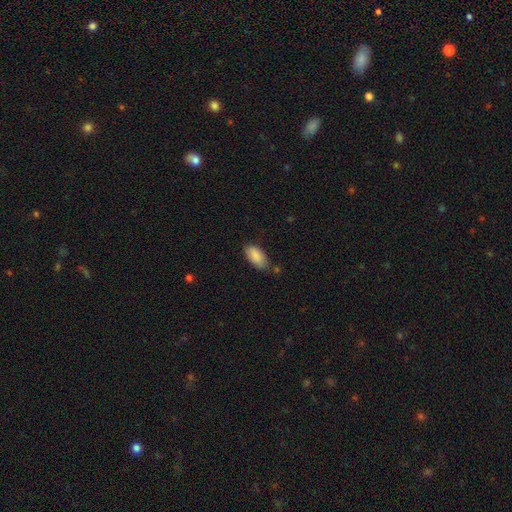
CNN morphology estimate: Smooth or featured? smooth (87%)
How rounded? in between (92%)
Merging? none (69%)